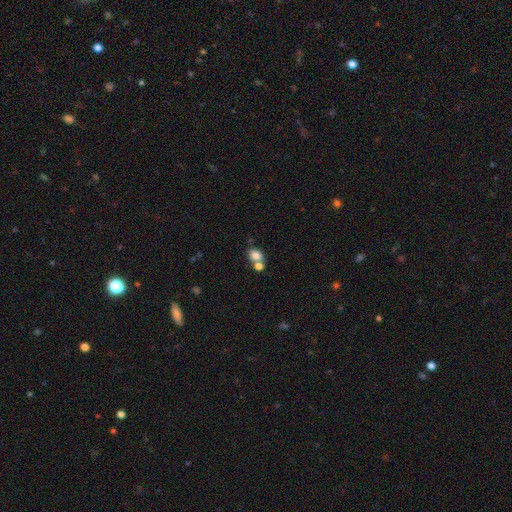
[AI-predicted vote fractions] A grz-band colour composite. It shows a smooth galaxy with no disk features (78%) that is in between round and cigar-shaped (54%). Merging: none (46%).